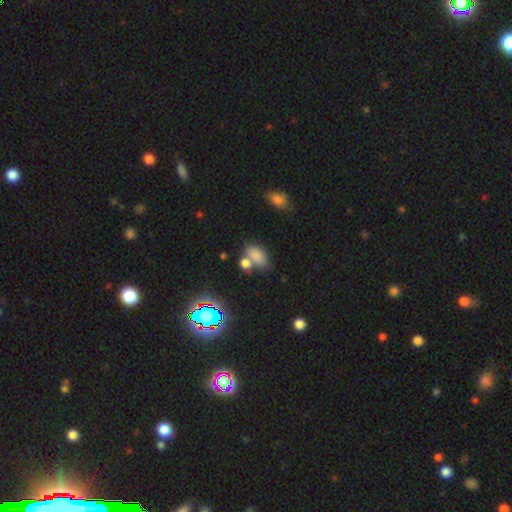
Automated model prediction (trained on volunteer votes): Overall: smooth (77%). How rounded: in between (85%). Merging: none (44%; merger 35%).